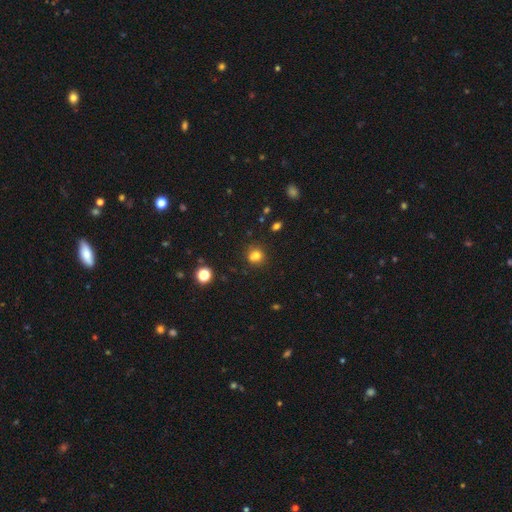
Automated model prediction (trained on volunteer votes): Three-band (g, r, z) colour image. It shows a smooth galaxy with no disk features (77%) that is round (79%). Merging: none (69%).